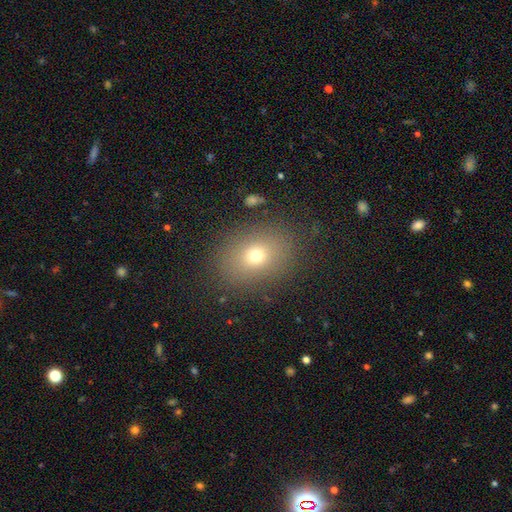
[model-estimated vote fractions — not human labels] smooth-or-featured: smooth: 70% | star or artifact: 16% | featured or disk: 14%
  how-rounded: in between: 57% | round: 42% | cigar-shaped: 1%
  merging: none: 83% | minor disturbance: 10% | major disturbance: 5% | merger: 2%